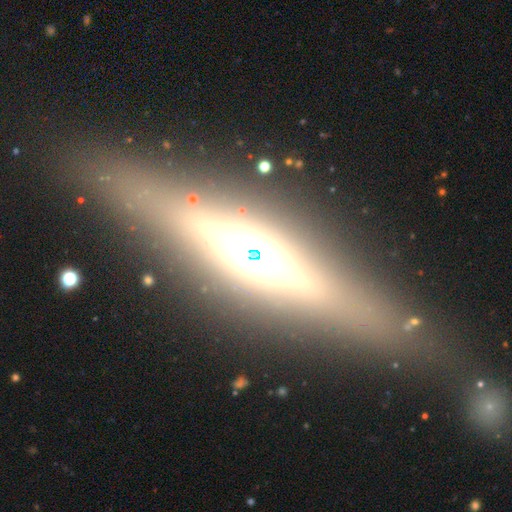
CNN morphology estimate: Smooth or featured? featured or disk (76%)
Edge-on disk? yes (94%)
Edge-on bulge? rounded (83%)
Merging? none (85%)